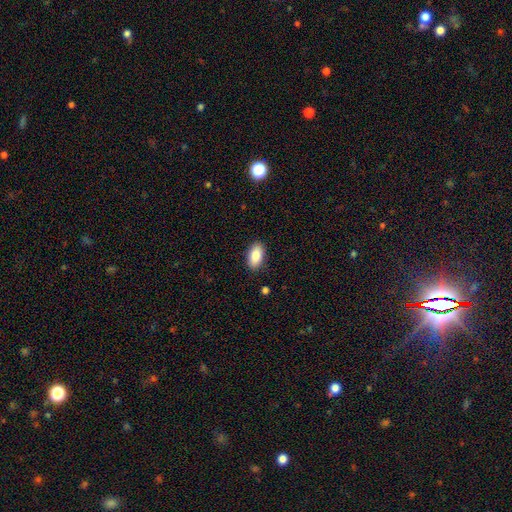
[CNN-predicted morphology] This appears to be a smooth galaxy with no disk features (86%) that is in between round and cigar-shaped (93%). Merging: none (89%).